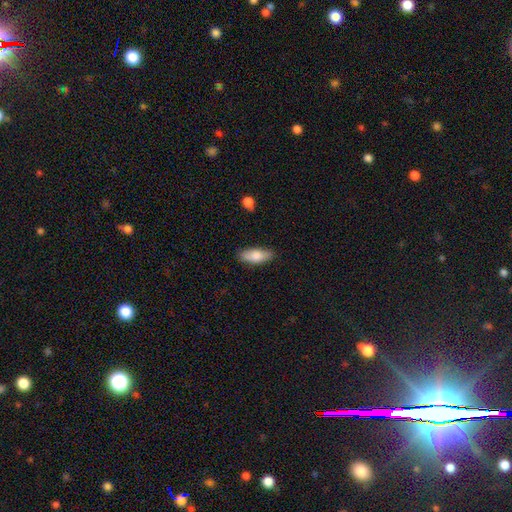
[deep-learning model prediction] Smooth or featured?
  - smooth: 80% *
  - featured or disk: 14%
  - star or artifact: 6%
How rounded?
  - in between: 74% *
  - cigar-shaped: 24%
  - round: 2%
Merging?
  - none: 83% *
  - minor disturbance: 13%
  - major disturbance: 3%
  - merger: 1%